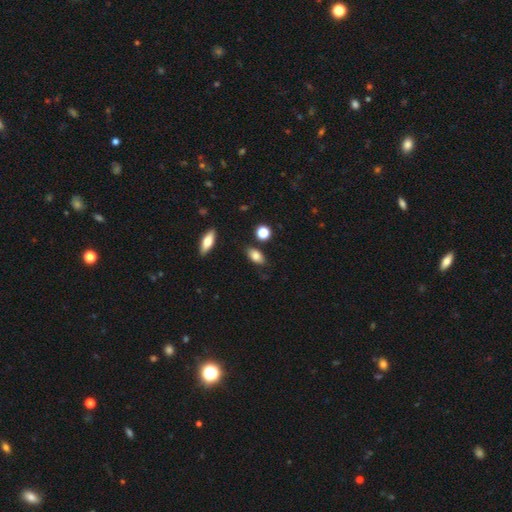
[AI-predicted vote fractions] smooth-or-featured: smooth: 80% | featured or disk: 11% | star or artifact: 9%
  how-rounded: in between: 84% | round: 9% | cigar-shaped: 7%
  merging: none: 80% | minor disturbance: 13% | merger: 3% | major disturbance: 3%